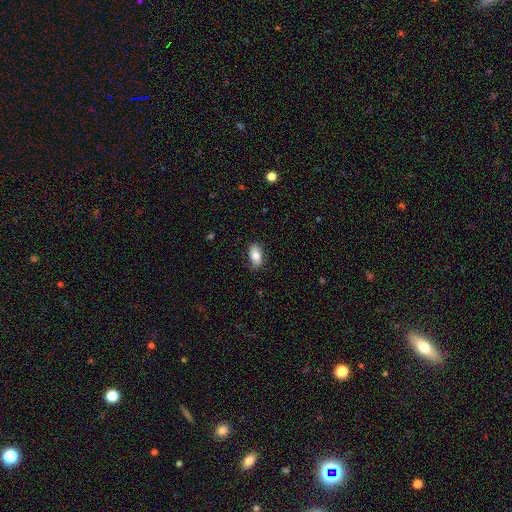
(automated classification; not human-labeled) smooth 77%, featured or disk 15%, star or artifact 7%. Down the decision tree: how rounded — in between (92%); merging — none (79%).